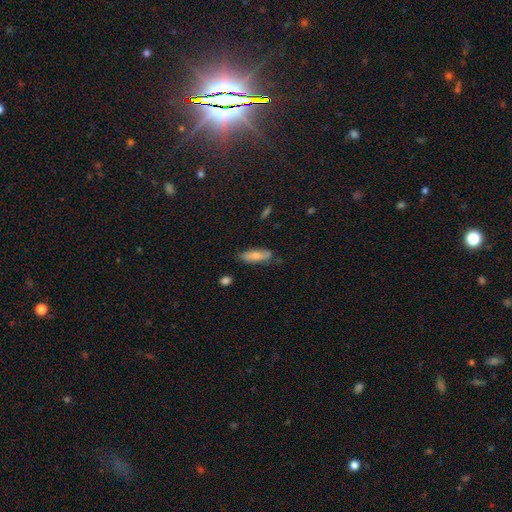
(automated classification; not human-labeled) A smooth galaxy with no disk features (75%) that is in between round and cigar-shaped (55%).

Vote fractions:
- Smooth or featured? smooth: 75% / featured or disk: 19% / star or artifact: 6%
- How rounded? in between: 55% / cigar-shaped: 43% / round: 2%
- Merging? none: 74% / minor disturbance: 20% / major disturbance: 4% / merger: 2%